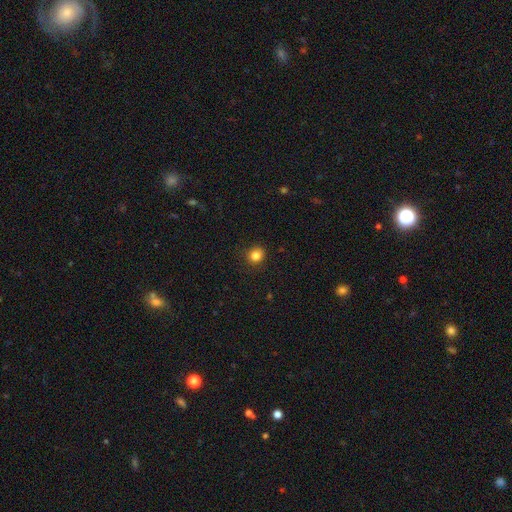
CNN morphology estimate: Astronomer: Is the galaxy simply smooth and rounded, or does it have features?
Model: smooth — 84%.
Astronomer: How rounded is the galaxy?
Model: round — 83%.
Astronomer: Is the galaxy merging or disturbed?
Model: none — 89%.